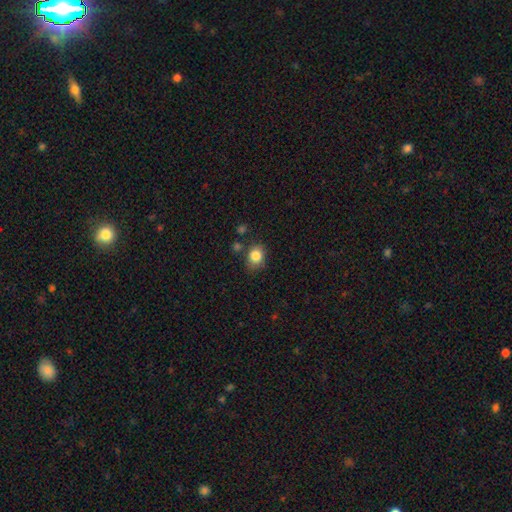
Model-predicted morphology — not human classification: smooth 84%, star or artifact 10%, featured or disk 6%. Down the decision tree: how rounded — round (53%); merging — none (72%).